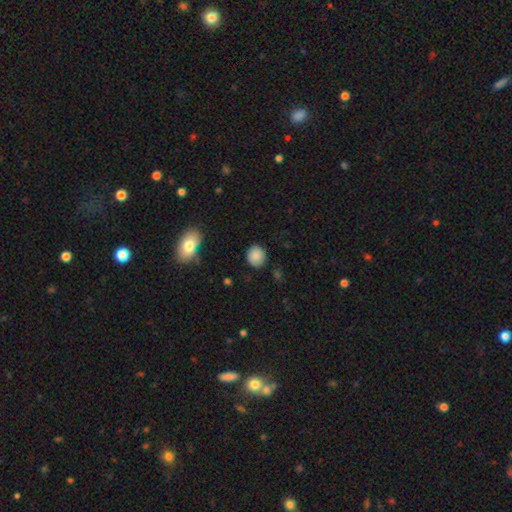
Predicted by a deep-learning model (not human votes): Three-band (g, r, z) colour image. It shows a smooth galaxy with no disk features (86%) that is round (80%). Merging: none (85%).